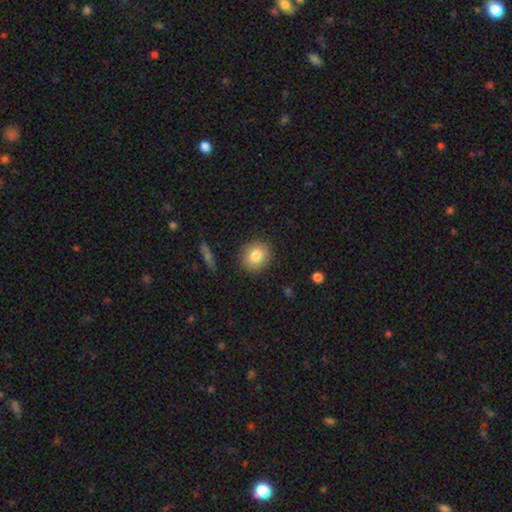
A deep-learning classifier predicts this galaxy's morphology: smooth-or-featured: smooth: 82% | featured or disk: 9% | star or artifact: 9%
  how-rounded: round: 79% | in between: 20% | cigar-shaped: 1%
  merging: none: 88% | minor disturbance: 8% | major disturbance: 2% | merger: 1%